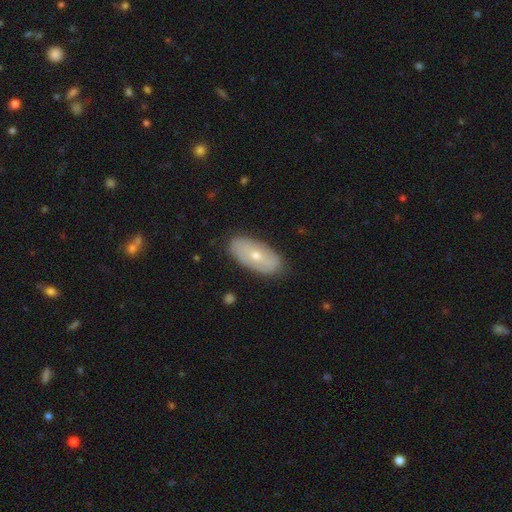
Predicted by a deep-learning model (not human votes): smooth 54%, featured or disk 39%, star or artifact 7%. Down the decision tree: how rounded — in between (90%); merging — none (84%).